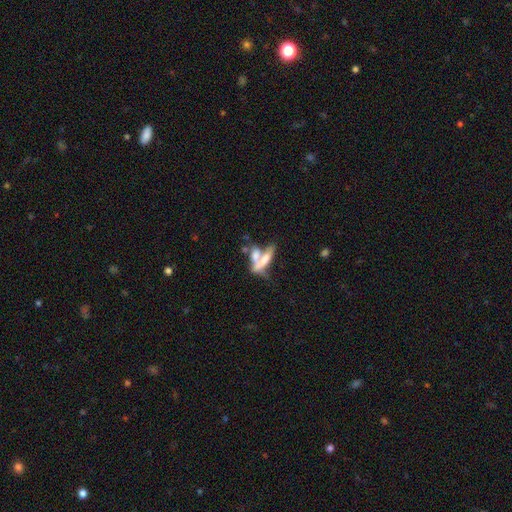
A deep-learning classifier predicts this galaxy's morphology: Overall: smooth (57%; featured or disk 33%). How rounded: in between (49%; cigar-shaped 46%). Merging: merger (62%).